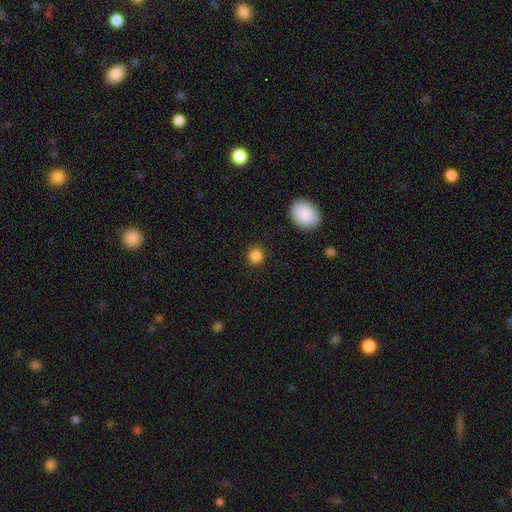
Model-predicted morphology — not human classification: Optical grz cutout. It shows a smooth galaxy with no disk features (85%) that is round (89%). Merging: none (89%).